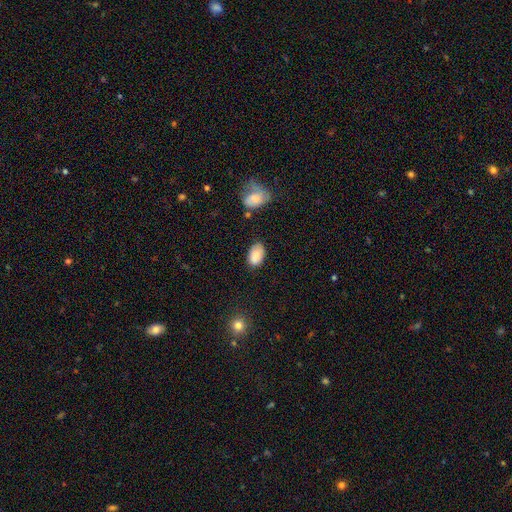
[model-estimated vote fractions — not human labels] This is clearly a smooth galaxy (85%). How rounded: clearly in between (92%). Merging: likely none (65%).